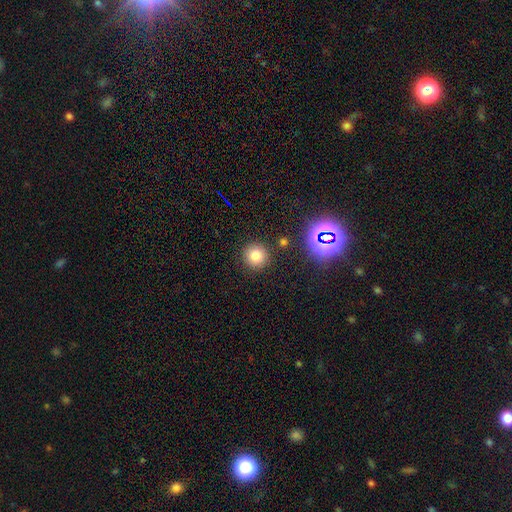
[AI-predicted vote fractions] Smooth or featured: smooth — 77% (star or artifact — 16%)
How rounded: round — 95% (in between — 4%)
Merging: none — 89% (minor disturbance — 6%)